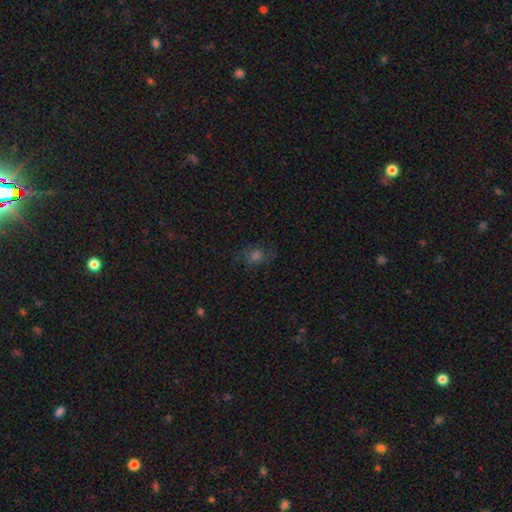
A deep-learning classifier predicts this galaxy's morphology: A smooth galaxy with no disk features (46%).

Vote fractions:
- Smooth or featured? smooth: 46% / star or artifact: 33% / featured or disk: 22%
- Merging? none: 75% / minor disturbance: 16% / major disturbance: 7% / merger: 2%